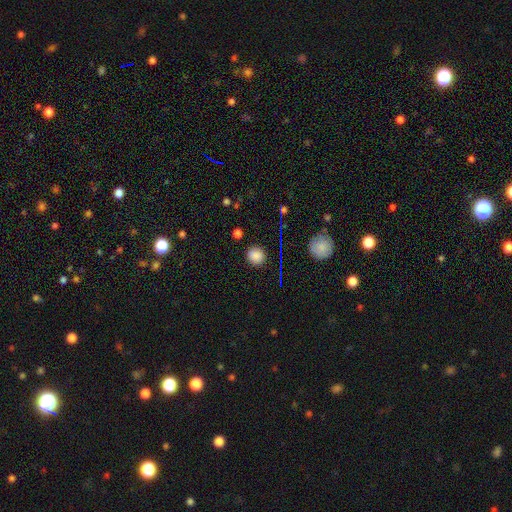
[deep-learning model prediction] smooth 82%, star or artifact 13%, featured or disk 5%. Down the decision tree: how rounded — round (89%); merging — none (88%).